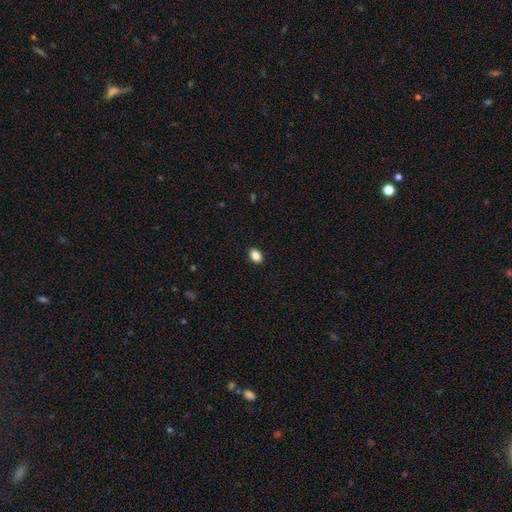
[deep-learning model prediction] This appears to be a smooth galaxy with no disk features (87%) that is in between round and cigar-shaped (79%). Merging: none (90%).